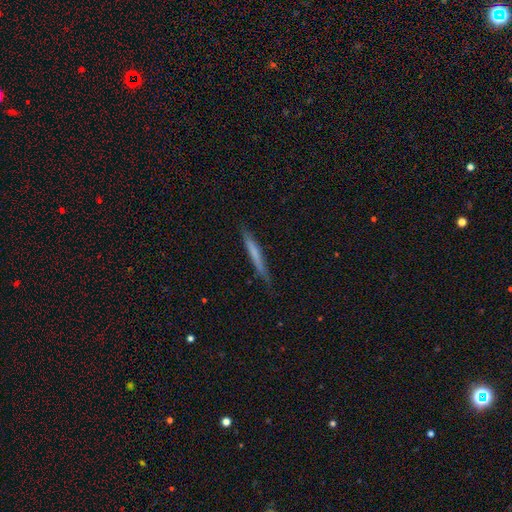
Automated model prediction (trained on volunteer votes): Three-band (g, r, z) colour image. It shows a smooth galaxy with no disk features (58%) that is cigar-shaped (96%). Merging: none (83%).